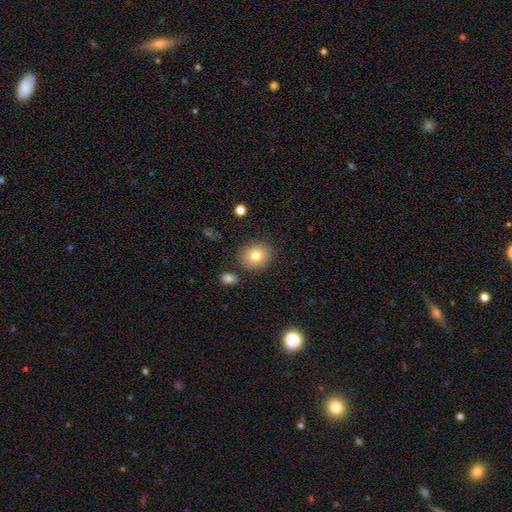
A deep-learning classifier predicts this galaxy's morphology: A smooth galaxy with no disk features (78%) that is round (74%). Merging: none (84%).